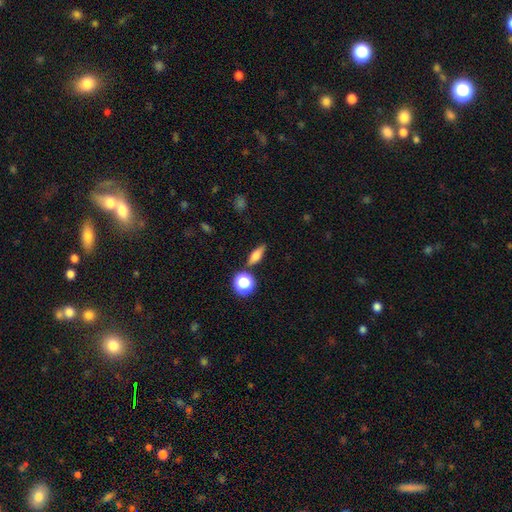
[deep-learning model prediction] Smooth or featured? smooth (64%)
How rounded? in between (48%)
Merging? none (80%)